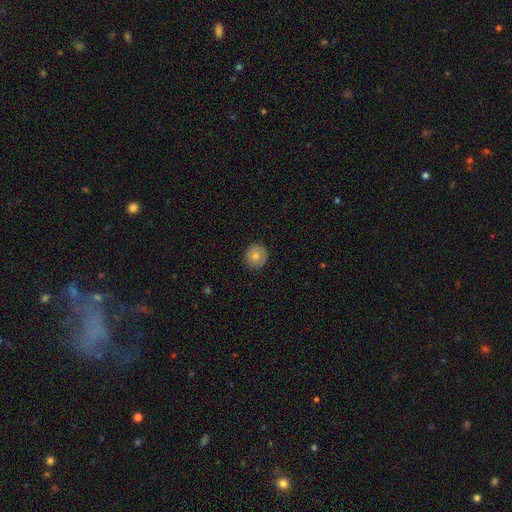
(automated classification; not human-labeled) Smooth or featured? Predicted: smooth (p=0.76). How rounded? Predicted: round (p=0.94). Merging? Predicted: none (p=0.89).